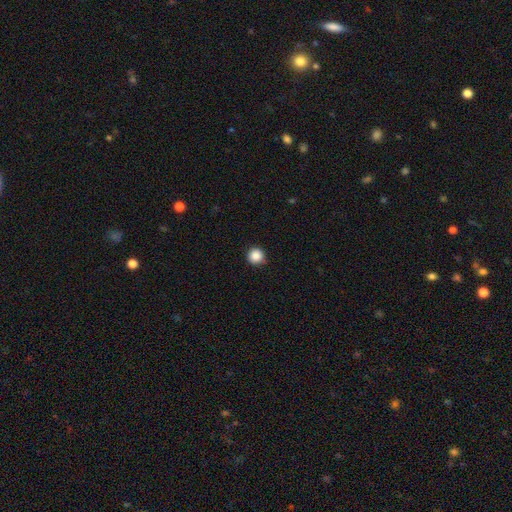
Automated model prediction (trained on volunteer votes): Smooth or featured?
  - smooth: 87% *
  - star or artifact: 10%
  - featured or disk: 3%
How rounded?
  - round: 96% *
  - in between: 3%
  - cigar-shaped: 1%
Merging?
  - none: 90% *
  - minor disturbance: 7%
  - major disturbance: 2%
  - merger: 1%